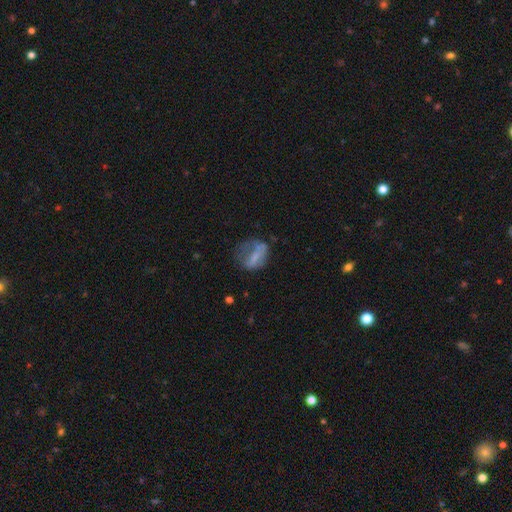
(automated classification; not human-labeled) Q: Smooth or featured?
A: smooth (53%); runner-up: featured or disk (36%)
Q: How rounded?
A: in between (60%); runner-up: round (34%)
Q: Merging?
A: major disturbance (37%); runner-up: none (35%)